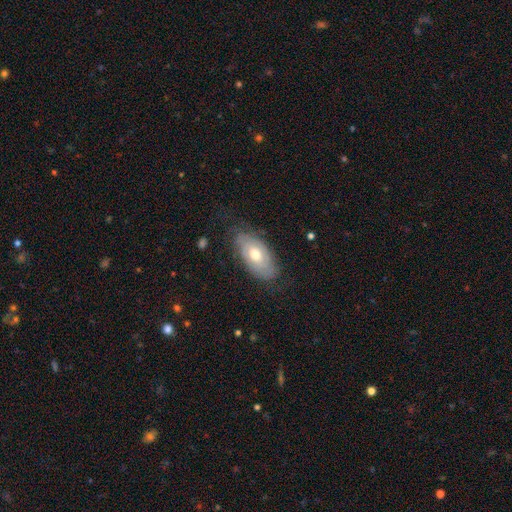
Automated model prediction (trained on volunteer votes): This is possibly a featured or disk galaxy (53%). It is clearly not viewed edge-on (88%). Merging: likely none (72%).